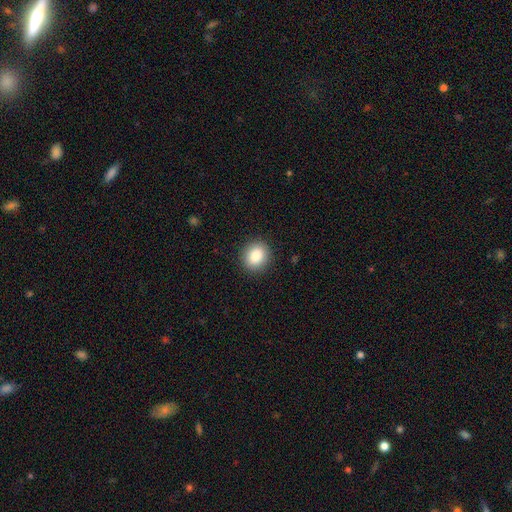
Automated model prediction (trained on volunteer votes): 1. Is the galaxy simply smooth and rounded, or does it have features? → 87% smooth, 8% star or artifact, 5% featured or disk.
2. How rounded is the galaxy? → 72% round, 27% in between, 1% cigar-shaped.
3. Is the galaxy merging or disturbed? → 91% none, 6% minor disturbance, 2% major disturbance, 1% merger.